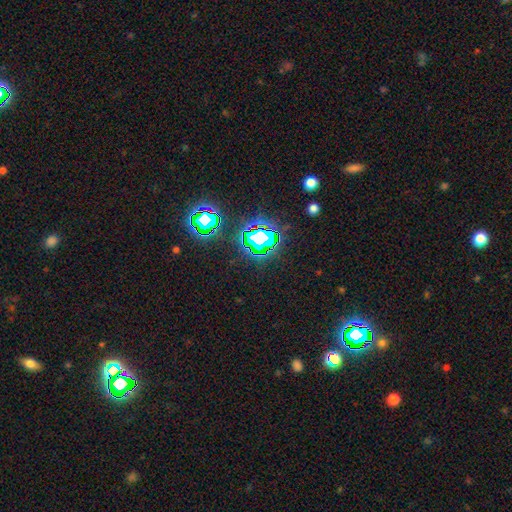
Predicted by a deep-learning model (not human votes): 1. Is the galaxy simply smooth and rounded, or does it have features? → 82% star or artifact, 11% smooth, 7% featured or disk.